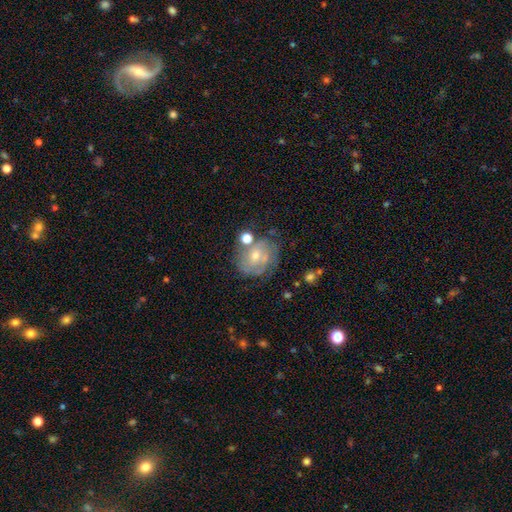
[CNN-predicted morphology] The model was most divided on "smooth or featured": featured or disk: 54%, smooth: 37%, star or artifact: 10%. Remaining: edge-on disk — no (97%); bar — no (69%); spiral arms — yes (63%); bulge size — small (59%); merging — none (50%).